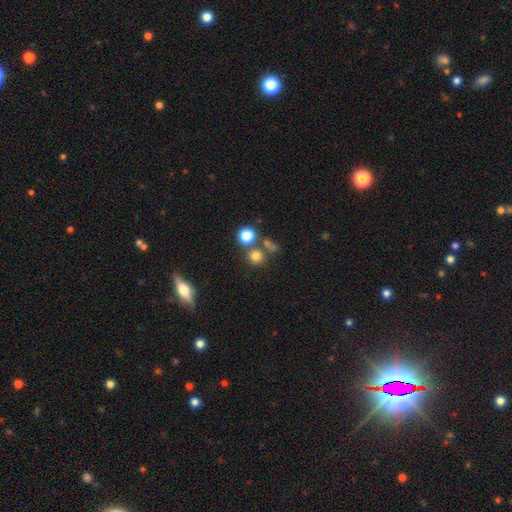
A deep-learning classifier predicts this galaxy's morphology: smooth-or-featured: smooth: 75% | star or artifact: 16% | featured or disk: 8%
  how-rounded: round: 88% | in between: 11% | cigar-shaped: 1%
  merging: none: 66% | merger: 21% | minor disturbance: 8% | major disturbance: 4%